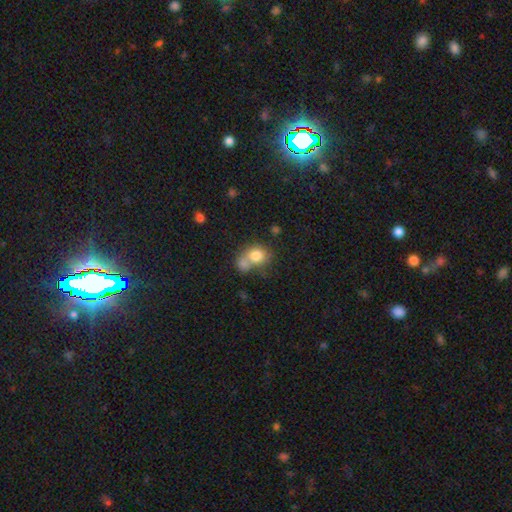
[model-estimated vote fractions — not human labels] This is likely a smooth galaxy (77%). How rounded: likely round (63%). Merging: possibly merger (55%).